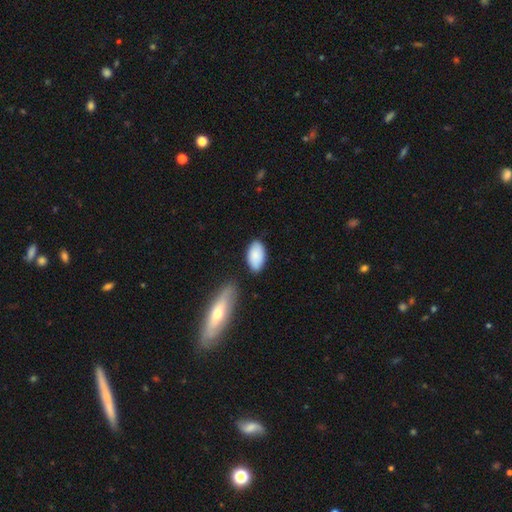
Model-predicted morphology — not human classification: Smooth or featured? smooth (85%)
How rounded? in between (94%)
Merging? none (75%)